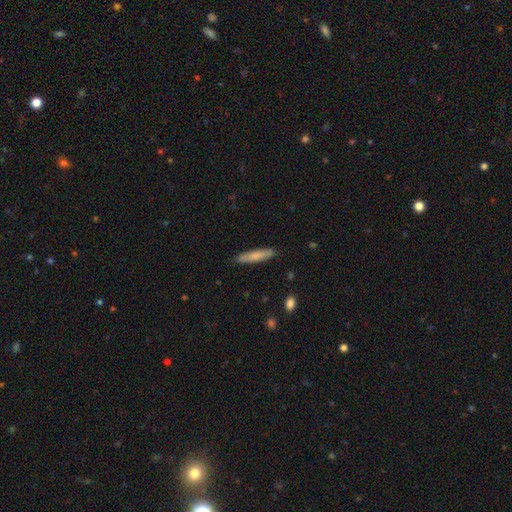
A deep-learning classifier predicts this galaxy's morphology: Smooth or featured? Predicted: smooth (p=0.76). How rounded? Predicted: cigar-shaped (p=0.89). Merging? Predicted: none (p=0.88).